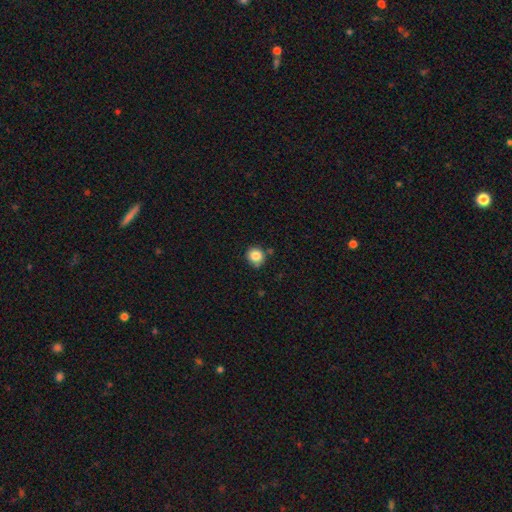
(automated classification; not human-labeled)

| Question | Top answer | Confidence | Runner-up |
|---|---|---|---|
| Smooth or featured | smooth | 84% | star or artifact (10%) |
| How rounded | round | 86% | in between (13%) |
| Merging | none | 78% | minor disturbance (15%) |